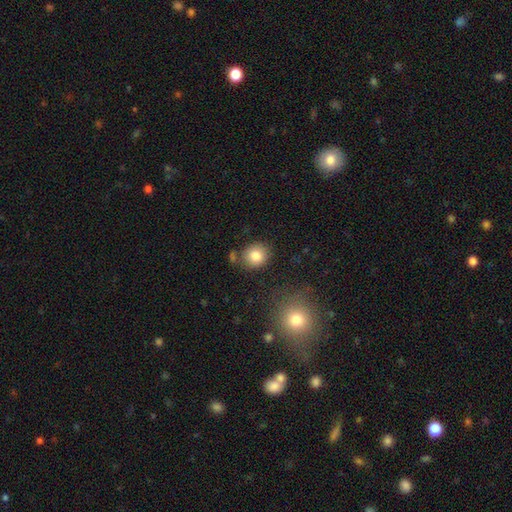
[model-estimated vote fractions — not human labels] Smooth or featured? Predicted: smooth (p=0.83). How rounded? Predicted: round (p=0.76). Merging? Predicted: none (p=0.77).